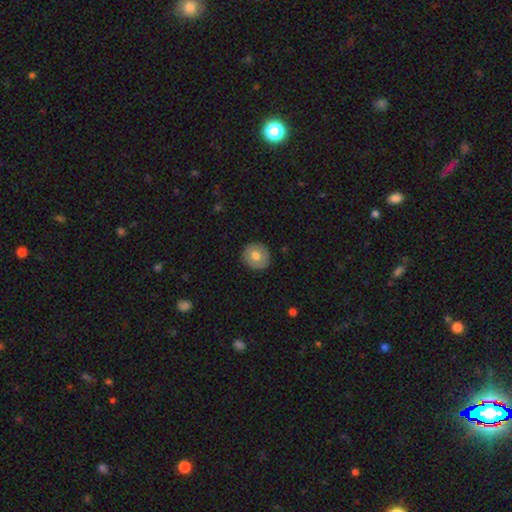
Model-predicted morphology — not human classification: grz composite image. It shows a smooth galaxy with no disk features (68%) that is round (92%). Merging: none (89%).